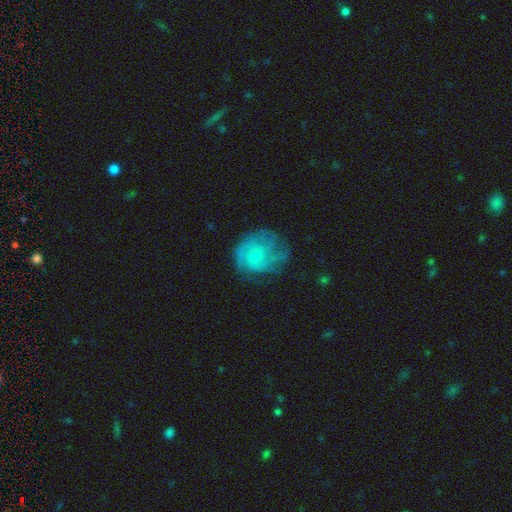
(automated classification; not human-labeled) Overall: featured or disk (69%). Edge-on disk: no (98%). Bar: no (76%). Spiral arms: yes (87%). Spiral arm count: can't tell (36%; 3 25%). Spiral winding: tight (48%; medium 37%). Bulge size: small (68%). Merging: none (54%; minor disturbance 25%).